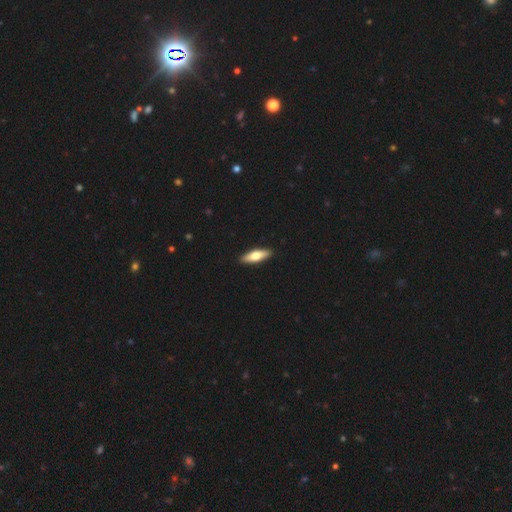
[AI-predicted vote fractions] Smooth or featured?
  - smooth: 66% *
  - featured or disk: 29%
  - star or artifact: 5%
How rounded?
  - cigar-shaped: 52% *
  - in between: 46%
  - round: 2%
Merging?
  - none: 91% *
  - minor disturbance: 6%
  - major disturbance: 1%
  - merger: 1%